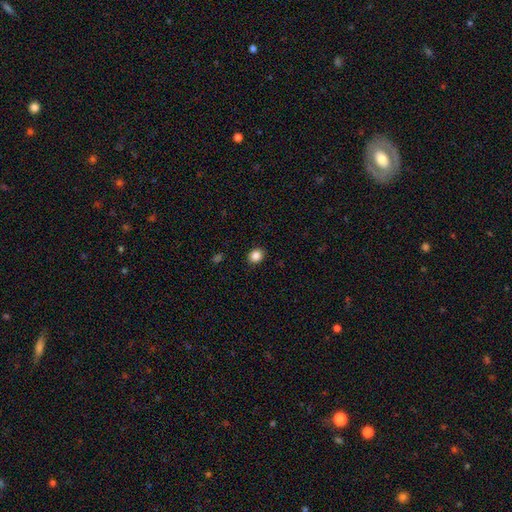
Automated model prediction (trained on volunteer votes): smooth-or-featured: smooth: 86% | star or artifact: 10% | featured or disk: 4%
  how-rounded: round: 64% | in between: 35% | cigar-shaped: 1%
  merging: none: 90% | minor disturbance: 7% | major disturbance: 2% | merger: 1%